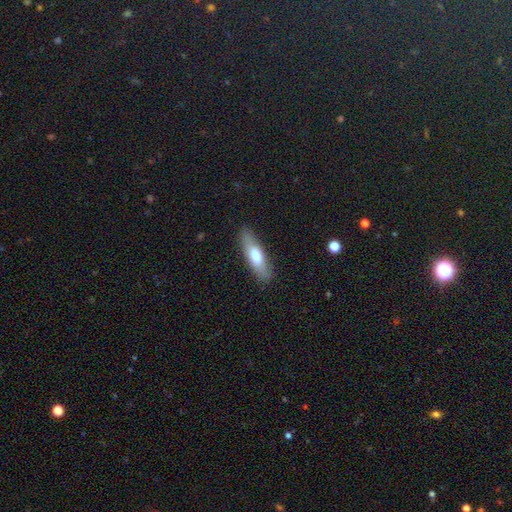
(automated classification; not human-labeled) Overall: smooth (65%; featured or disk 28%). How rounded: cigar-shaped (56%; in between 42%). Merging: none (85%).